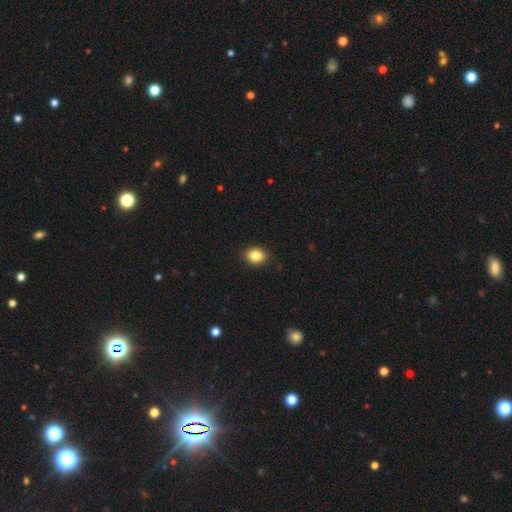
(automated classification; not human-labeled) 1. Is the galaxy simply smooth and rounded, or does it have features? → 85% smooth, 9% star or artifact, 6% featured or disk.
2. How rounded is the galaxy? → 54% in between, 45% round, 1% cigar-shaped.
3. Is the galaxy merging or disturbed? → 90% none, 7% minor disturbance, 2% major disturbance, 1% merger.